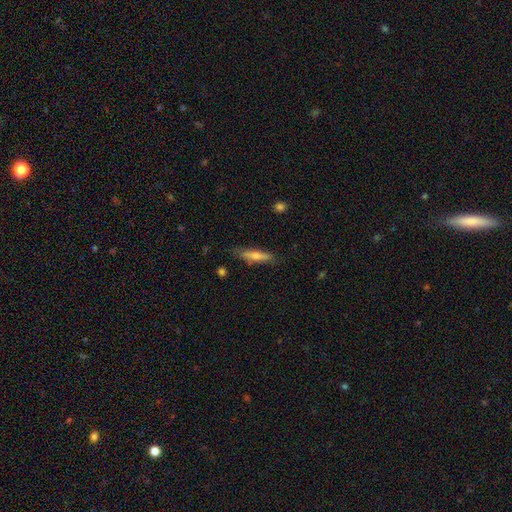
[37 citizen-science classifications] Smooth or featured? 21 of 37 (57%) said featured or disk. Edge-on disk? 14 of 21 (67%) said yes. Edge-on bulge? 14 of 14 (100%) said rounded. Merging? 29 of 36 (81%) said none.